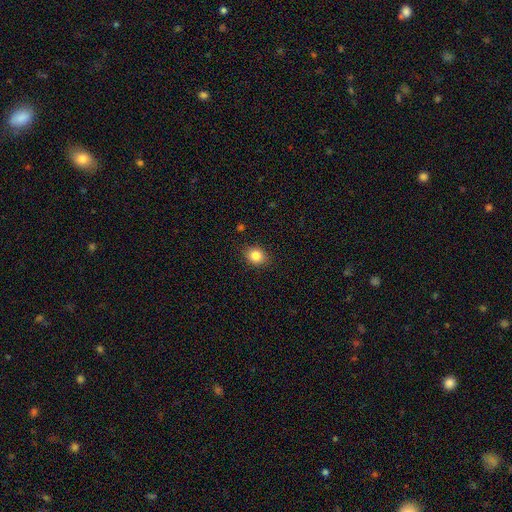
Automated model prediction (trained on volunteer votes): A smooth galaxy with no disk features (84%) that is round (61%). Merging: none (88%).